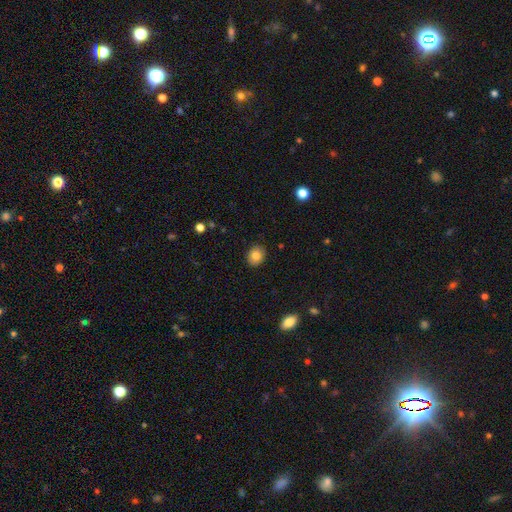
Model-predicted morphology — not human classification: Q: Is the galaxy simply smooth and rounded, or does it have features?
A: smooth — 81%.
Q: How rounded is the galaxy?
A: round — 67%.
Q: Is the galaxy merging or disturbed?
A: none — 88%.